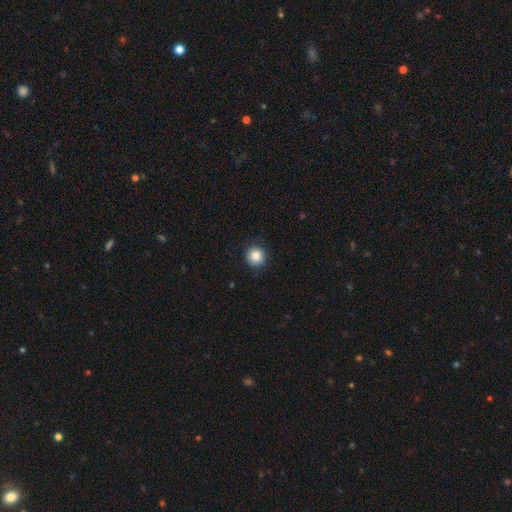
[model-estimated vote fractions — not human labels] This appears to be a smooth galaxy with no disk features (85%) that is round (94%). Merging: none (89%).